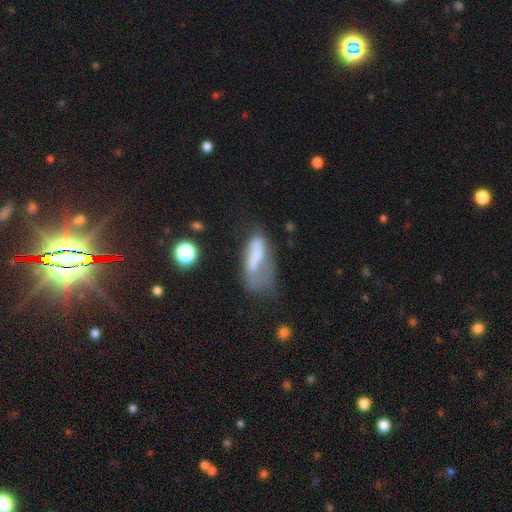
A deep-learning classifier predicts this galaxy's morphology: Smooth or featured? smooth (56%)
How rounded? in between (64%)
Merging? major disturbance (45%)